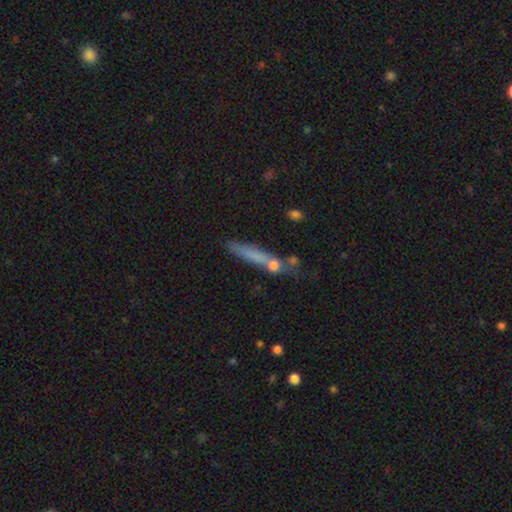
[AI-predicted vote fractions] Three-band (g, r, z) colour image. It shows a smooth galaxy with no disk features (60%) that is cigar-shaped (90%). Merging: none (67%).